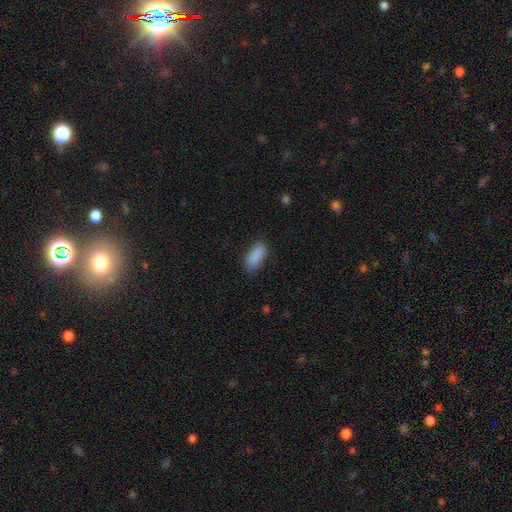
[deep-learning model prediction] Smooth or featured? Predicted: smooth (p=0.89). How rounded? Predicted: in between (p=0.80). Merging? Predicted: none (p=0.83).